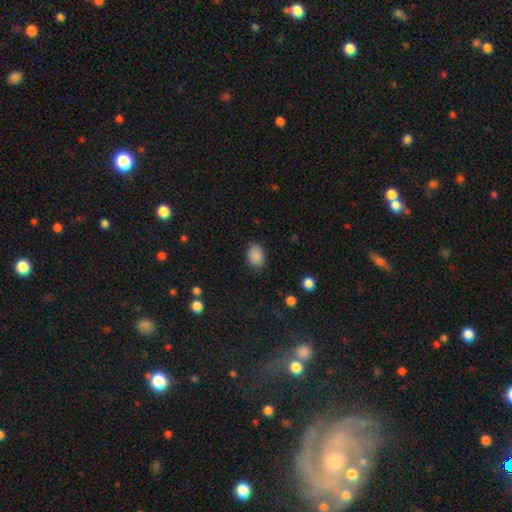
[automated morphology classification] This is clearly a smooth galaxy (88%). How rounded: likely in between (74%). Merging: clearly none (83%).